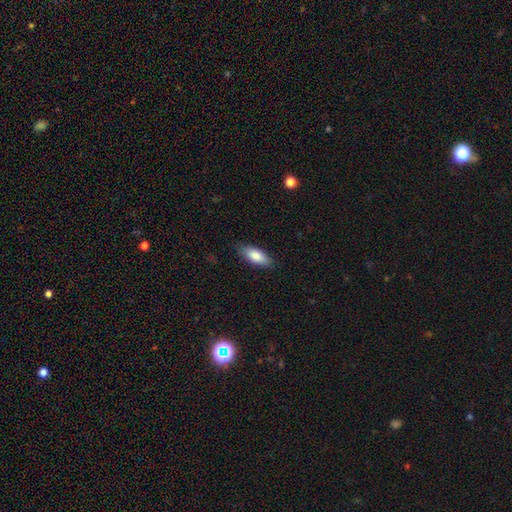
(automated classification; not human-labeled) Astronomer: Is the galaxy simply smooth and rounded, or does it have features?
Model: smooth — 84%.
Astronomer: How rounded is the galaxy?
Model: in between — 81%.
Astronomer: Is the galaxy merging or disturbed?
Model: none — 84%.